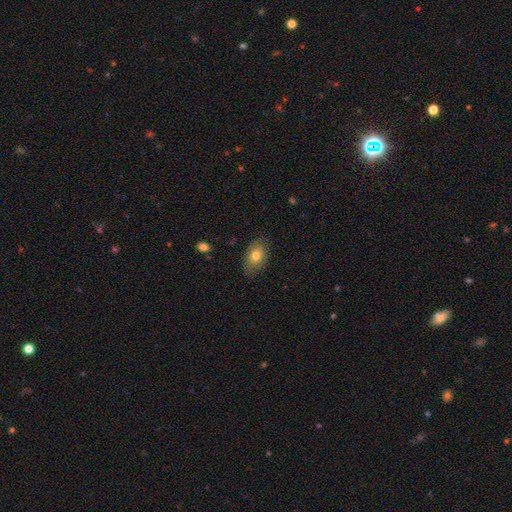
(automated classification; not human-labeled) smooth_or_featured: smooth (p=0.76) [alt: featured or disk p=0.16]
how_rounded: in between (p=0.87) [alt: round p=0.11]
merging: none (p=0.80) [alt: minor disturbance p=0.16]